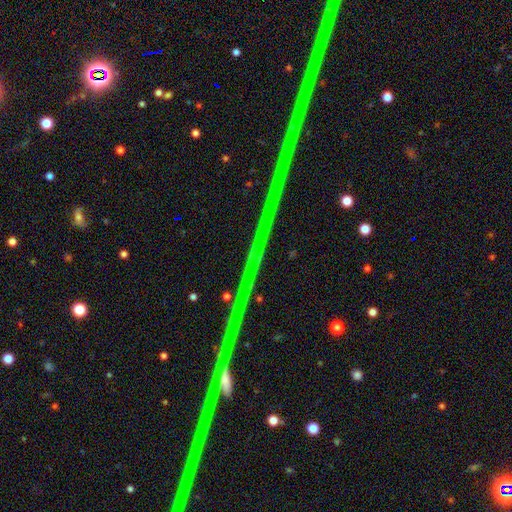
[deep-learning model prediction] A star or artifact, not a galaxy (86%).

Vote fractions:
- Smooth or featured? star or artifact: 86% / featured or disk: 9% / smooth: 5%